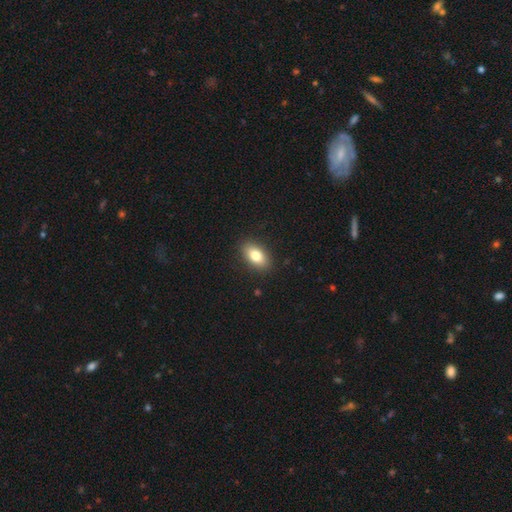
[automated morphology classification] Smooth or featured?
  - smooth: 80% *
  - featured or disk: 13%
  - star or artifact: 8%
How rounded?
  - in between: 90% *
  - round: 7%
  - cigar-shaped: 3%
Merging?
  - none: 89% *
  - minor disturbance: 8%
  - major disturbance: 2%
  - merger: 1%